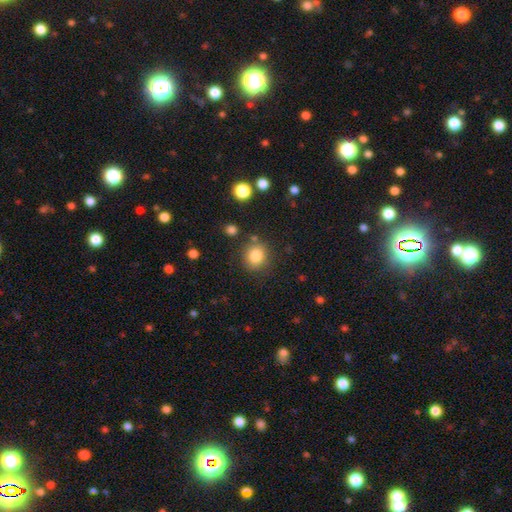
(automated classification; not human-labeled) A smooth galaxy with no disk features (84%) that is round (83%).

Vote fractions:
- Smooth or featured? smooth: 84% / star or artifact: 10% / featured or disk: 6%
- How rounded? round: 83% / in between: 16% / cigar-shaped: 1%
- Merging? none: 81% / minor disturbance: 11% / merger: 5% / major disturbance: 4%